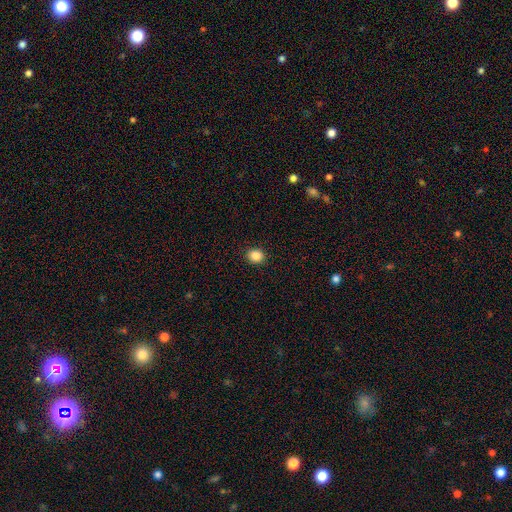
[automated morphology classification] Q: Smooth or featured?
A: smooth (86%); runner-up: star or artifact (10%)
Q: How rounded?
A: round (72%); runner-up: in between (27%)
Q: Merging?
A: none (92%); runner-up: minor disturbance (6%)